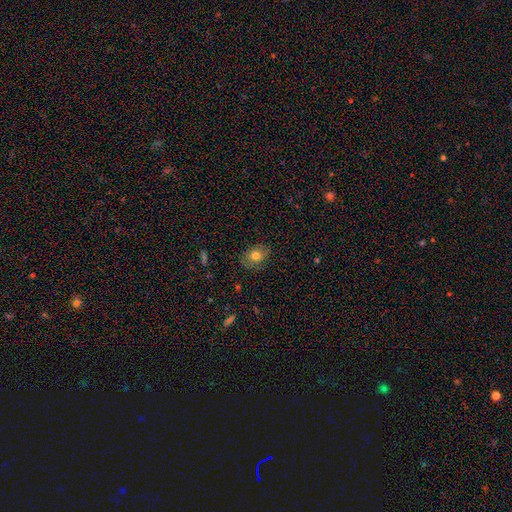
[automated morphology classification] smooth_or_featured: smooth (p=0.75) [alt: featured or disk p=0.15]
how_rounded: in between (p=0.53) [alt: round p=0.46]
merging: none (p=0.82) [alt: minor disturbance p=0.14]